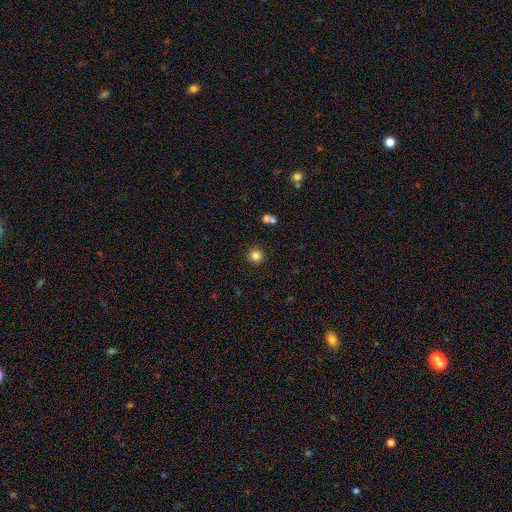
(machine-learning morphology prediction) Overall: smooth (83%). How rounded: round (95%). Merging: none (89%).